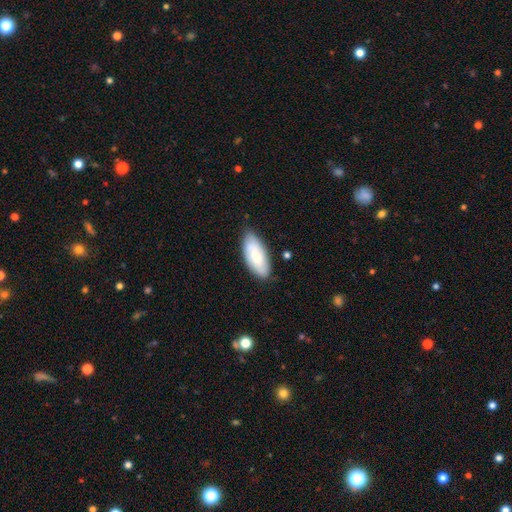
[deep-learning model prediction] A smooth galaxy with no disk features (74%) that is in between round and cigar-shaped (86%).

Vote fractions:
- Smooth or featured? smooth: 74% / featured or disk: 20% / star or artifact: 6%
- How rounded? in between: 86% / cigar-shaped: 12% / round: 2%
- Merging? none: 76% / minor disturbance: 20% / major disturbance: 3% / merger: 2%